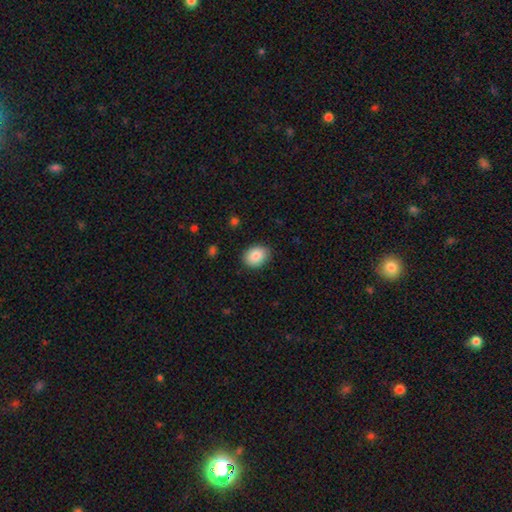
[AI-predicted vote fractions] Smooth or featured: smooth — 88% (star or artifact — 7%)
How rounded: in between — 64% (round — 35%)
Merging: none — 87% (minor disturbance — 9%)